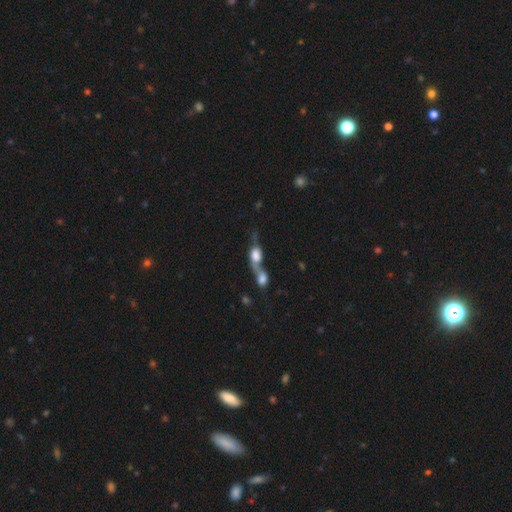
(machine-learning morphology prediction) A smooth galaxy with no disk features (61%) that is in between round and cigar-shaped (62%).

Vote fractions:
- Smooth or featured? smooth: 61% / featured or disk: 28% / star or artifact: 11%
- How rounded? in between: 62% / round: 27% / cigar-shaped: 10%
- Merging? merger: 81% / none: 9% / major disturbance: 6% / minor disturbance: 4%